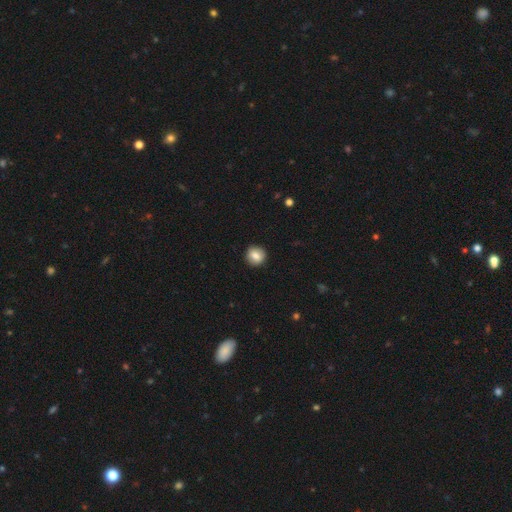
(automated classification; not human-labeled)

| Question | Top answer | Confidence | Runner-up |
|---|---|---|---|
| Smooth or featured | smooth | 80% | featured or disk (11%) |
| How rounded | round | 88% | in between (11%) |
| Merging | none | 90% | minor disturbance (7%) |